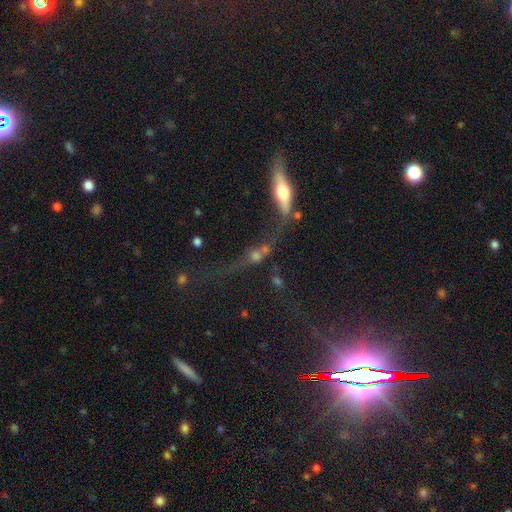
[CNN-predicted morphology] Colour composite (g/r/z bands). It shows a smooth galaxy with no disk features (40%). Merging: none (38%).